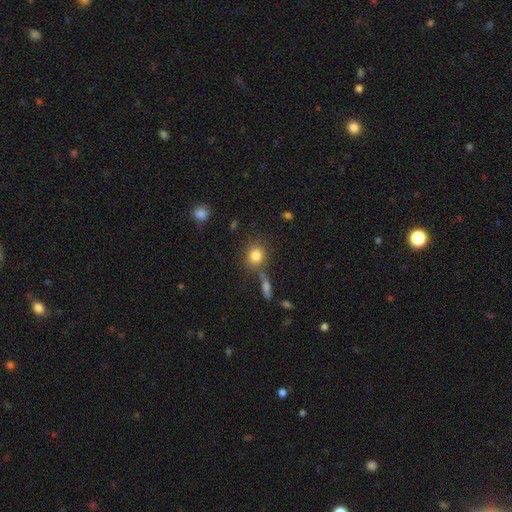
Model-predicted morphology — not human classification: The model was most divided on "merging": none: 71%, merger: 13%, minor disturbance: 11%, major disturbance: 4%. More confident: smooth or featured — smooth (81%); how rounded — round (81%).